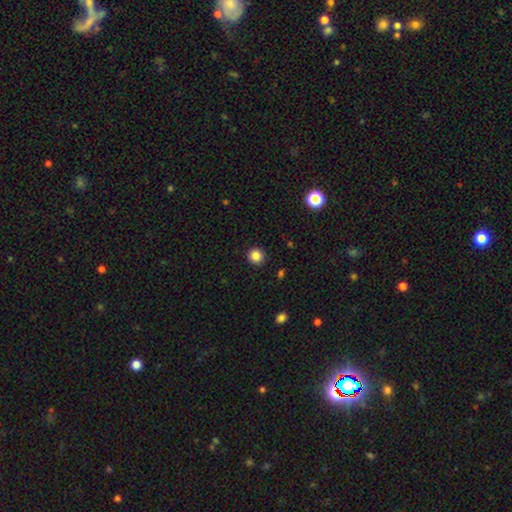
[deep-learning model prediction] smooth-or-featured: smooth: 85% | star or artifact: 10% | featured or disk: 4%
  how-rounded: round: 93% | in between: 6% | cigar-shaped: 1%
  merging: none: 92% | minor disturbance: 5% | major disturbance: 2% | merger: 1%